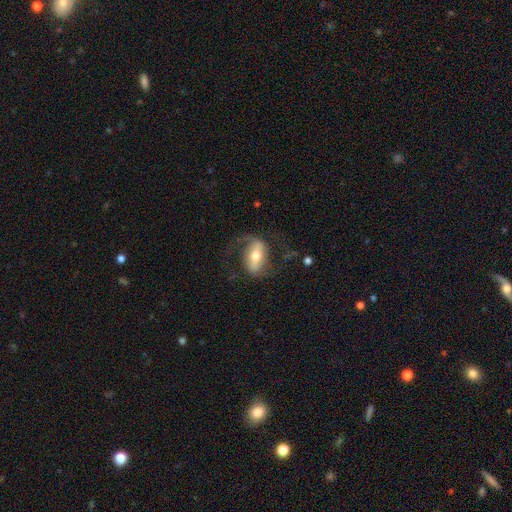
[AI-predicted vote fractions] smooth_or_featured: featured or disk (p=0.71) [alt: smooth p=0.23]
disk_edge_on: no (p=0.90) [alt: yes p=0.10]
bar: strong (p=0.57) [alt: weak p=0.27]
has_spiral_arms: yes (p=0.83) [alt: no p=0.17]
spiral_winding: loose (p=0.51) [alt: medium p=0.38]
spiral_arm_count: 2 (p=0.84) [alt: 1 p=0.08]
bulge_size: moderate (p=0.66) [alt: small p=0.24]
merging: none (p=0.64) [alt: major disturbance p=0.17]